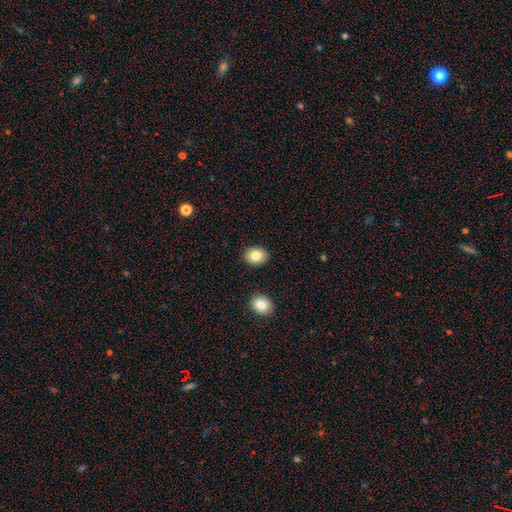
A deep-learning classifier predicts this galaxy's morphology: Smooth or featured: smooth — 82% (featured or disk — 9%)
How rounded: in between — 51% (round — 48%)
Merging: none — 88% (minor disturbance — 8%)